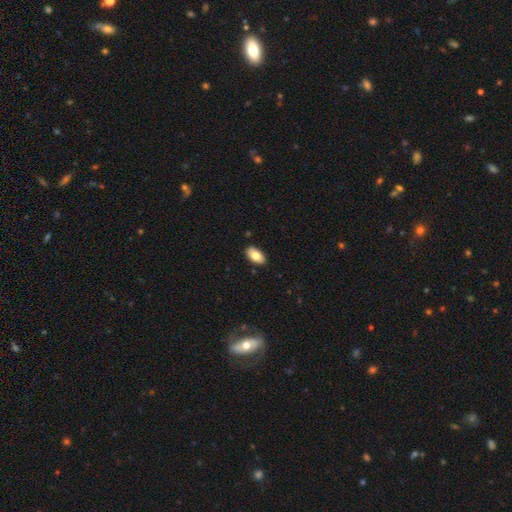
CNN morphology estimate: Smooth or featured: smooth — 80% (featured or disk — 13%)
How rounded: in between — 94% (round — 3%)
Merging: none — 87% (minor disturbance — 10%)